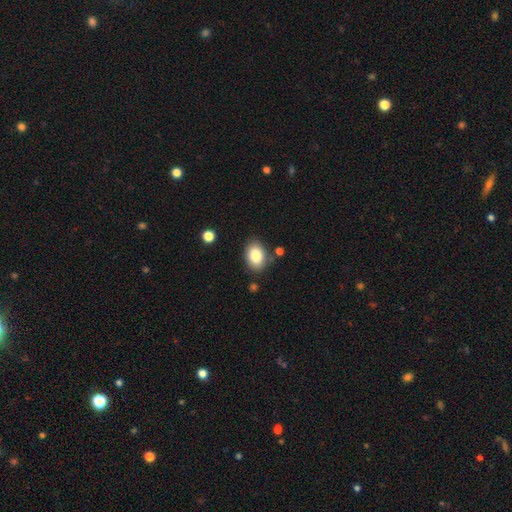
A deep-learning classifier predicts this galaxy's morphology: Smooth or featured? smooth (84%)
How rounded? in between (79%)
Merging? none (79%)